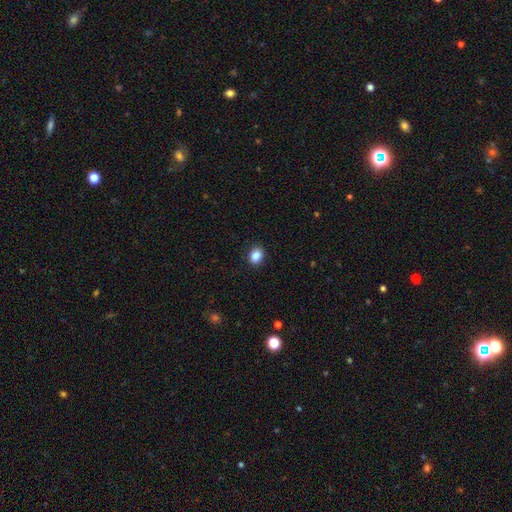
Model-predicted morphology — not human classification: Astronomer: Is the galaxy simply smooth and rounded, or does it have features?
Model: smooth — 87%.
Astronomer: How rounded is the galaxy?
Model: in between — 54% (runner-up: round, 45%).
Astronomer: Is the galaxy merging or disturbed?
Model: none — 90%.